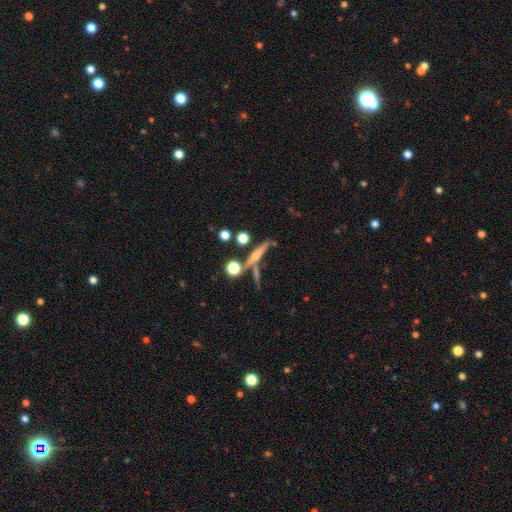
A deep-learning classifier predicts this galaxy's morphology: smooth_or_featured: featured or disk (p=0.52) [alt: smooth p=0.36]
disk_edge_on: yes (p=0.91) [alt: no p=0.09]
merging: none (p=0.67) [alt: merger p=0.17]